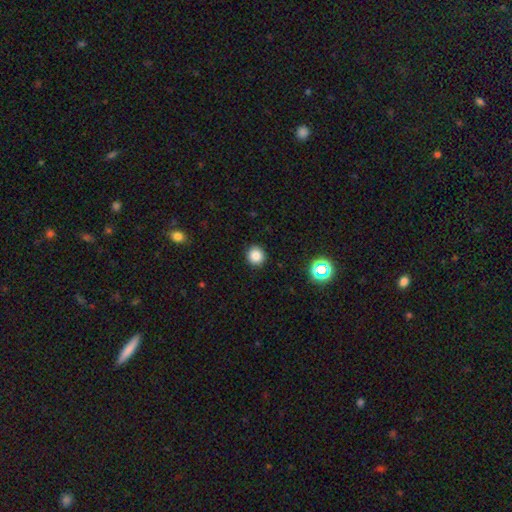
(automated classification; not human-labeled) This appears to be a smooth galaxy with no disk features (83%) that is round (92%). Merging: none (91%).